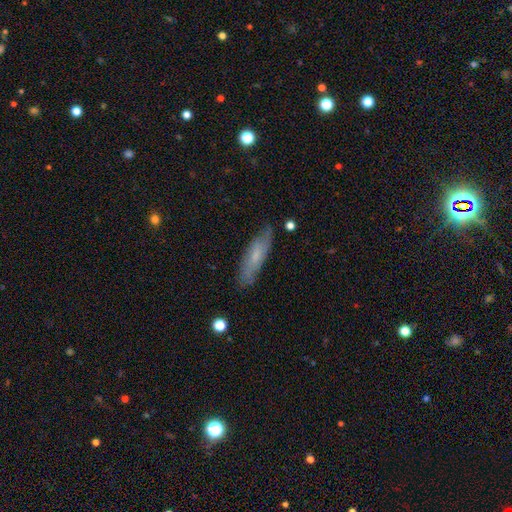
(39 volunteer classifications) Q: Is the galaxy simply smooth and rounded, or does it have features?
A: smooth — 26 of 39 (67%).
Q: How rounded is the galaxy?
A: cigar-shaped — 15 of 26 (58%).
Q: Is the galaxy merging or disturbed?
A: none — 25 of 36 (69%).